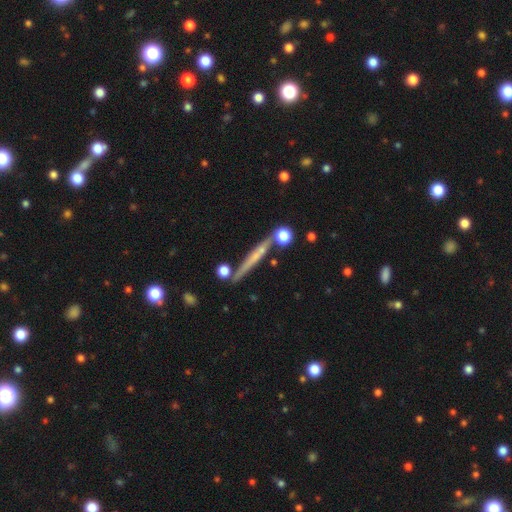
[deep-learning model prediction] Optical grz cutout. It shows a featured or disk galaxy (53%) viewed edge-on (95%) with no central bulge (73%). Merging: none (80%).